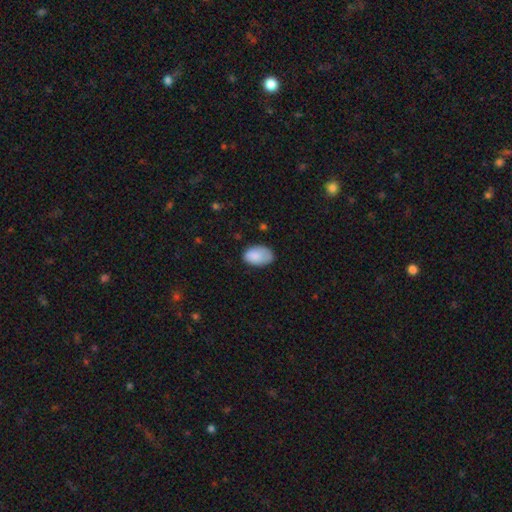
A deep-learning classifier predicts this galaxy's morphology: The model was most divided on "merging": none: 64%, minor disturbance: 27%, major disturbance: 7%, merger: 2%. More confident: how rounded — in between (91%); smooth or featured — smooth (86%).